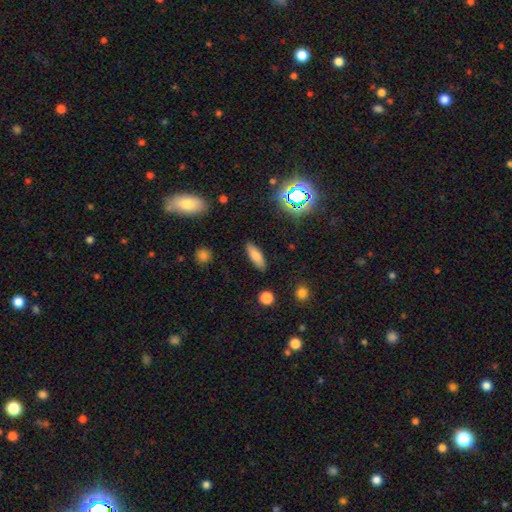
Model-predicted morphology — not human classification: Overall: smooth (76%). How rounded: in between (57%; cigar-shaped 41%). Merging: none (87%).